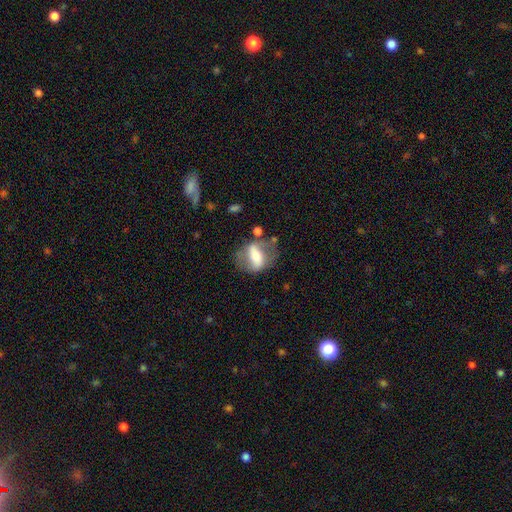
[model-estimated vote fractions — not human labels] Morphology: type=featured or disk (53%); edge-on=no (85%); merging=none (58%).